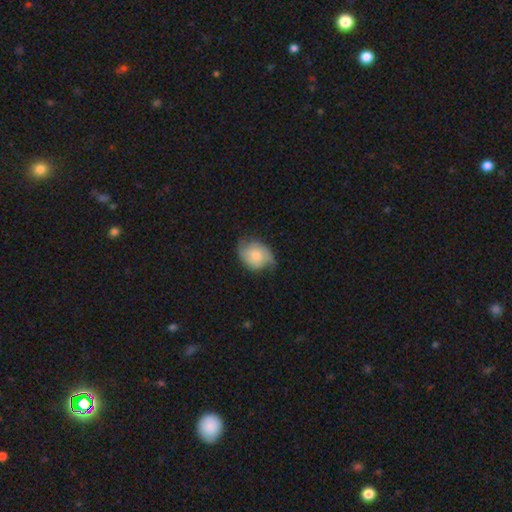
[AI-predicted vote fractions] smooth_or_featured: smooth (p=0.49) [alt: featured or disk p=0.43]
merging: none (p=0.56) [alt: minor disturbance p=0.32]